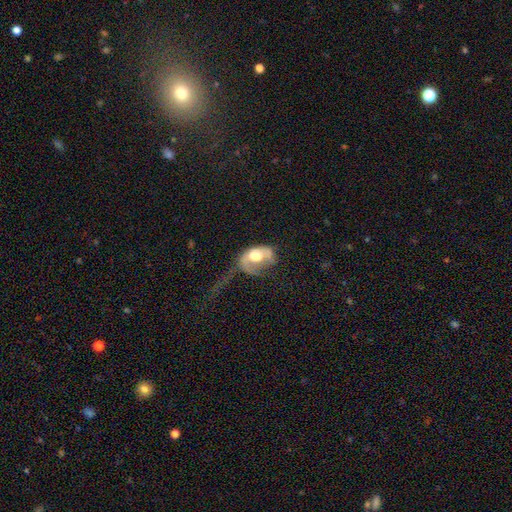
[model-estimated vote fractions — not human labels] This appears to be a featured or disk galaxy (49%). Merging: major disturbance (58%).